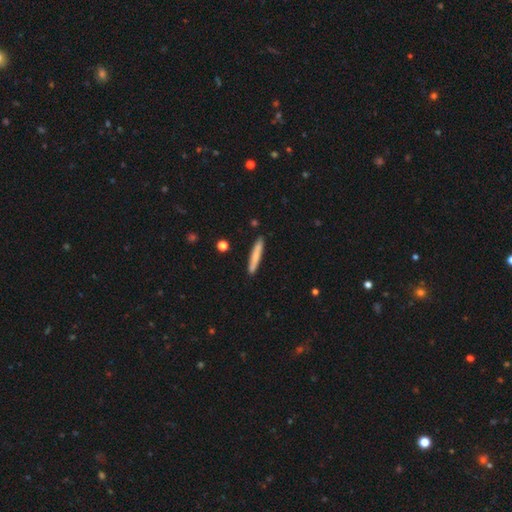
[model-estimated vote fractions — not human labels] A smooth galaxy with no disk features (73%) that is cigar-shaped (95%).

Vote fractions:
- Smooth or featured? smooth: 73% / featured or disk: 22% / star or artifact: 6%
- How rounded? cigar-shaped: 95% / in between: 4% / round: 1%
- Merging? none: 88% / minor disturbance: 9% / merger: 2% / major disturbance: 1%